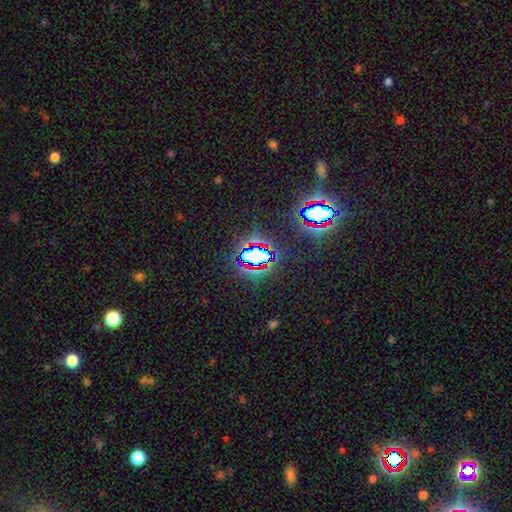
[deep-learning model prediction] Smooth or featured?
  - star or artifact: 71% *
  - smooth: 18%
  - featured or disk: 11%